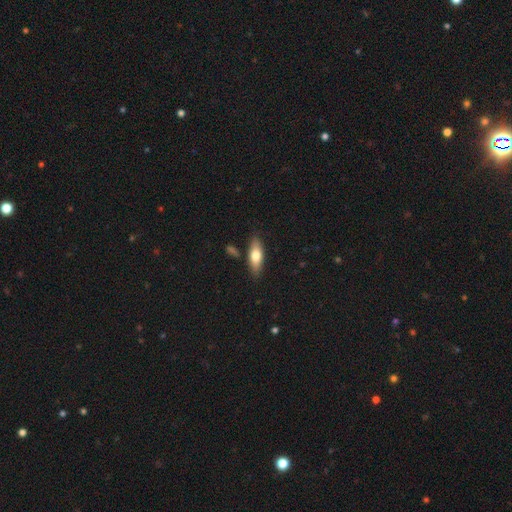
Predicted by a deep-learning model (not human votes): Morphology: type=smooth (70%); roundness=in between (69%); merging=none (82%).